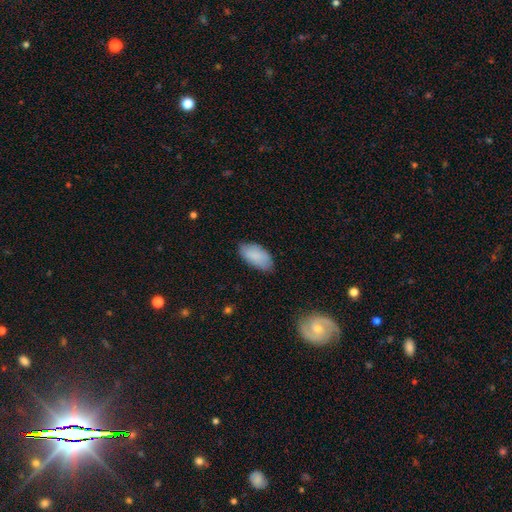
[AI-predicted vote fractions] A smooth galaxy with no disk features (87%) that is in between round and cigar-shaped (94%).

Vote fractions:
- Smooth or featured? smooth: 87% / featured or disk: 7% / star or artifact: 6%
- How rounded? in between: 94% / cigar-shaped: 4% / round: 2%
- Merging? none: 78% / minor disturbance: 18% / major disturbance: 3% / merger: 1%